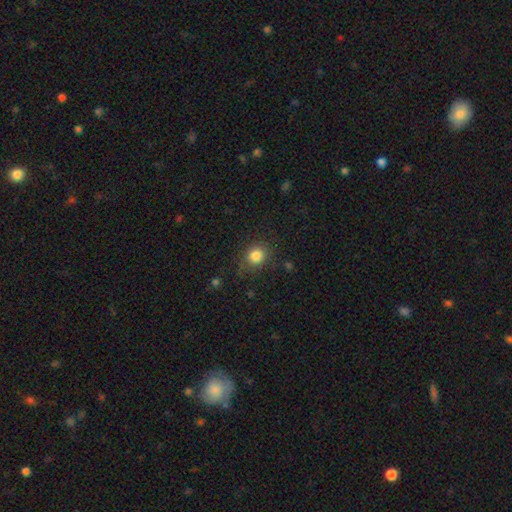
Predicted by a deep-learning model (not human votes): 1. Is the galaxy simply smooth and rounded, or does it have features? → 83% smooth, 11% star or artifact, 6% featured or disk.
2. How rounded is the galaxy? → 74% round, 25% in between, 1% cigar-shaped.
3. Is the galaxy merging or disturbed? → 77% none, 15% minor disturbance, 5% major disturbance, 2% merger.